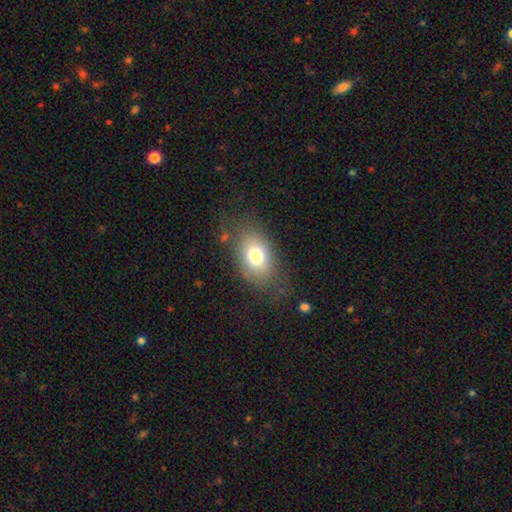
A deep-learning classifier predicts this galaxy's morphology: smooth_or_featured: smooth (p=0.74) [alt: featured or disk p=0.16]
how_rounded: in between (p=0.83) [alt: round p=0.16]
merging: none (p=0.72) [alt: minor disturbance p=0.17]